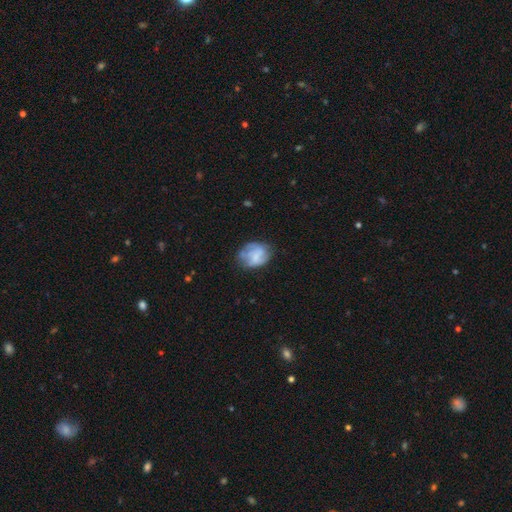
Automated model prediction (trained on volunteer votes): Smooth or featured: smooth — 46% (featured or disk — 45%)
Merging: none — 55% (minor disturbance — 28%)